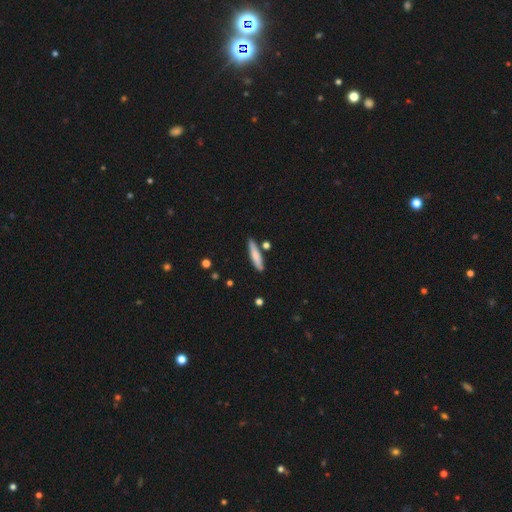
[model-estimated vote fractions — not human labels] This appears to be a smooth galaxy with no disk features (75%) that is cigar-shaped (83%). Merging: none (80%).